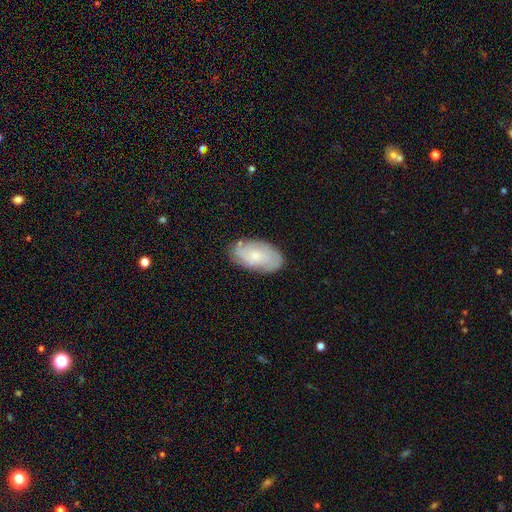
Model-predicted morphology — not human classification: This is possibly a featured or disk galaxy (48%). Merging: clearly none (80%).